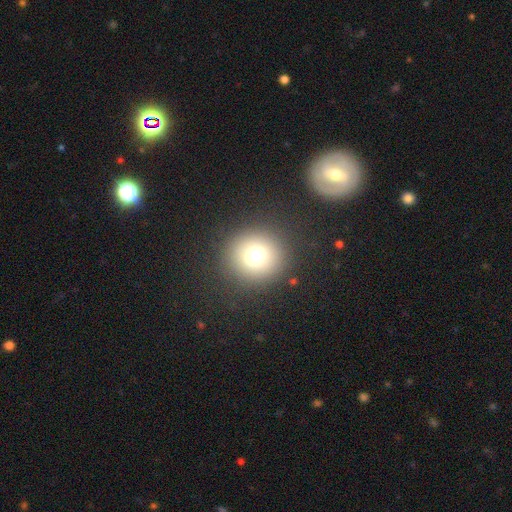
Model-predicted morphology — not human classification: A smooth galaxy with no disk features (71%) that is round (91%).

Vote fractions:
- Smooth or featured? smooth: 71% / star or artifact: 18% / featured or disk: 11%
- How rounded? round: 91% / in between: 8% / cigar-shaped: 1%
- Merging? none: 87% / minor disturbance: 7% / major disturbance: 4% / merger: 2%